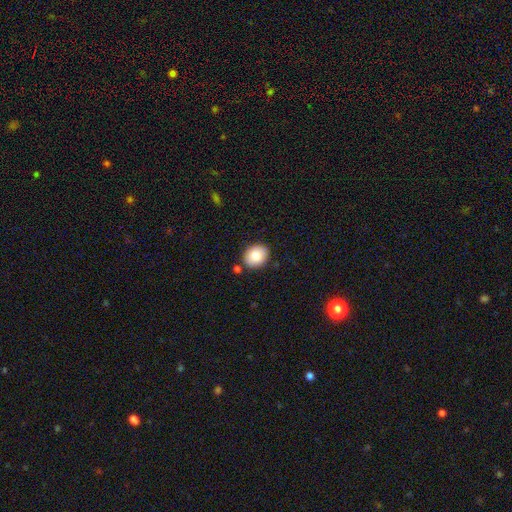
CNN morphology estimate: The model was most divided on "how rounded": in between: 58%, round: 41%, cigar-shaped: 1%. More confident: smooth or featured — smooth (85%); merging — none (83%).